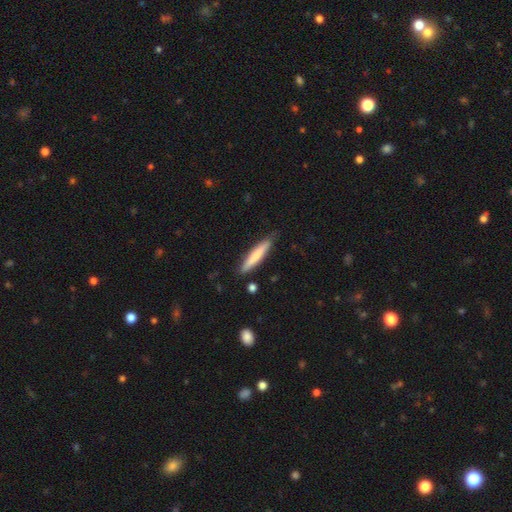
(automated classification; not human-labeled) smooth_or_featured: smooth (p=0.68) [alt: featured or disk p=0.27]
how_rounded: cigar-shaped (p=0.89) [alt: in between p=0.09]
merging: none (p=0.82) [alt: minor disturbance p=0.14]